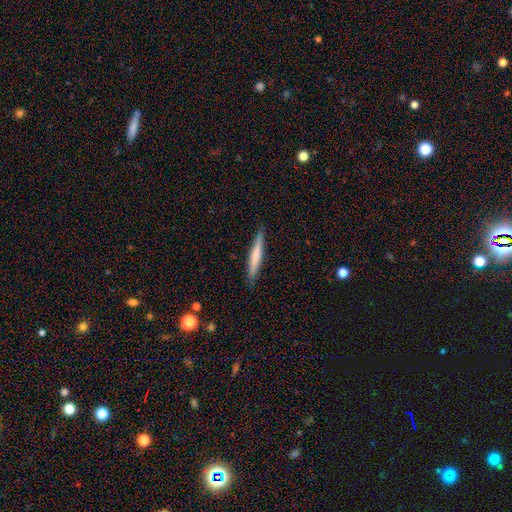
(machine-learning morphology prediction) The model was most divided on "smooth or featured": smooth: 62%, featured or disk: 32%, star or artifact: 6%. More confident: how rounded — cigar-shaped (95%); merging — none (89%).